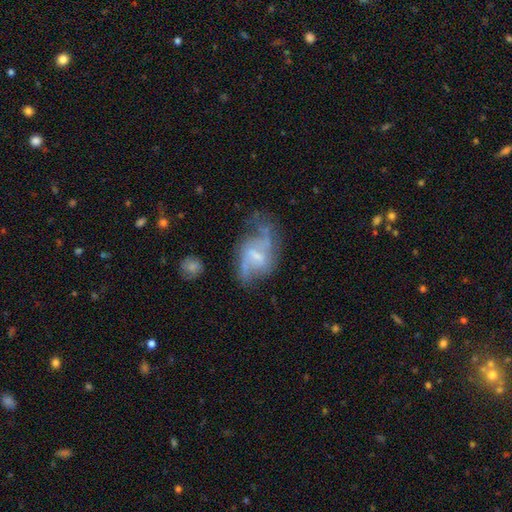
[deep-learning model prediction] Morphology: type=featured or disk (75%); edge-on=no (97%); bar=weak (56%); spiral arms=yes (84%); winding=loose (53%); arm count=2 (66%); bulge=small (44%); merging=none (43%).